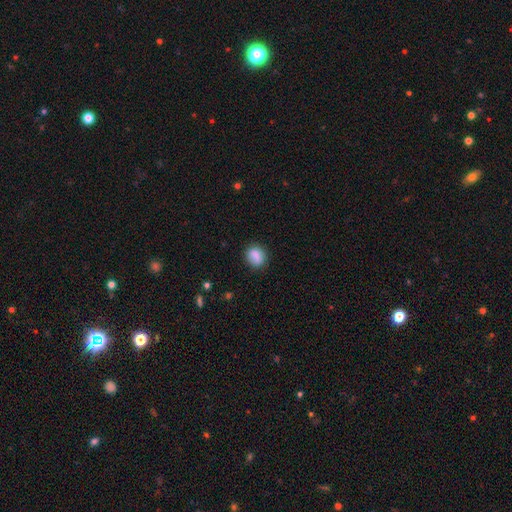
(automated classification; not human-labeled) Smooth or featured?
  - smooth: 85% *
  - star or artifact: 8%
  - featured or disk: 7%
How rounded?
  - round: 62% *
  - in between: 36%
  - cigar-shaped: 2%
Merging?
  - none: 78% *
  - minor disturbance: 15%
  - major disturbance: 4%
  - merger: 3%